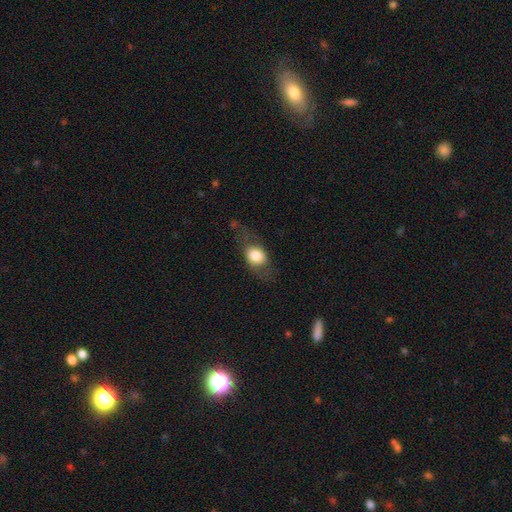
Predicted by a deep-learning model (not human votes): smooth_or_featured: smooth (p=0.64) [alt: featured or disk p=0.29]
how_rounded: in between (p=0.57) [alt: round p=0.38]
merging: none (p=0.61) [alt: minor disturbance p=0.20]